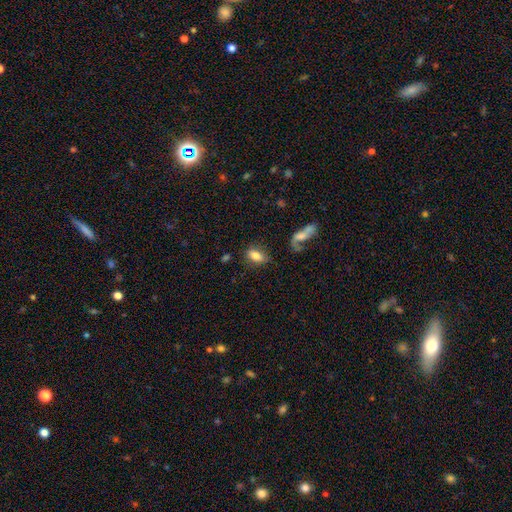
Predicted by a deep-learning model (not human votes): Smooth or featured? smooth (78%)
How rounded? in between (86%)
Merging? none (68%)